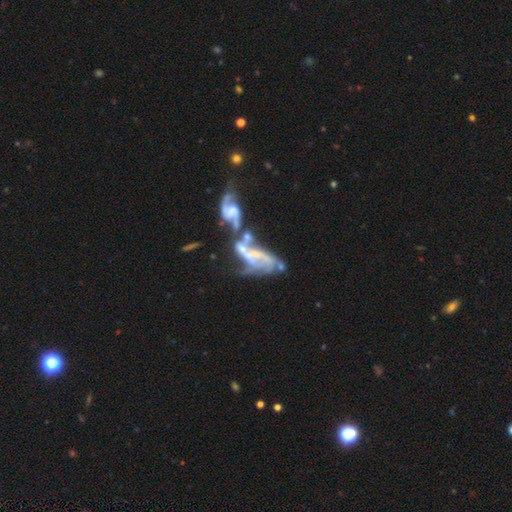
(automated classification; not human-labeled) A featured or disk galaxy (76%) with no bar (55%), 2 (52%) loose (53%) spiral arms (72%) and no central bulge (40%). Merging: merger (63%).